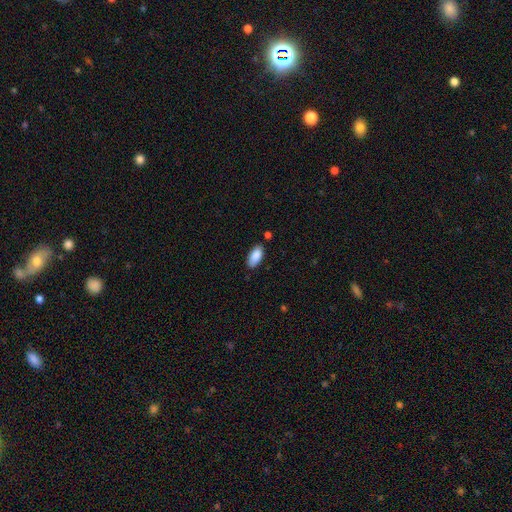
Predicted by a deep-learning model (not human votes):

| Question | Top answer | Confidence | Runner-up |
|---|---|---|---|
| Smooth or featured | smooth | 89% | star or artifact (6%) |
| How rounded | in between | 92% | cigar-shaped (6%) |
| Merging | none | 81% | minor disturbance (14%) |